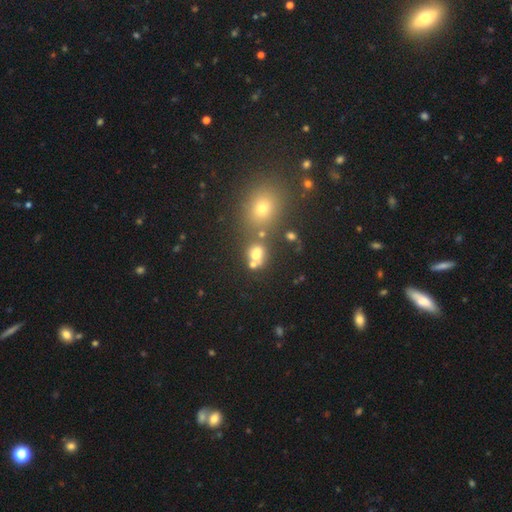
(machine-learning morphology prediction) This appears to be a smooth galaxy with no disk features (64%) that is round (59%). Merging: none (41%, tied with merger).